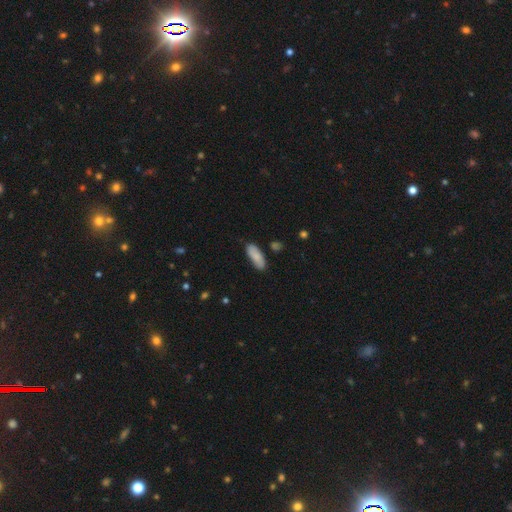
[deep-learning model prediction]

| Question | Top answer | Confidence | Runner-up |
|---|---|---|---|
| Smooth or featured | smooth | 83% | featured or disk (11%) |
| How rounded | in between | 68% | cigar-shaped (31%) |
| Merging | none | 79% | minor disturbance (15%) |